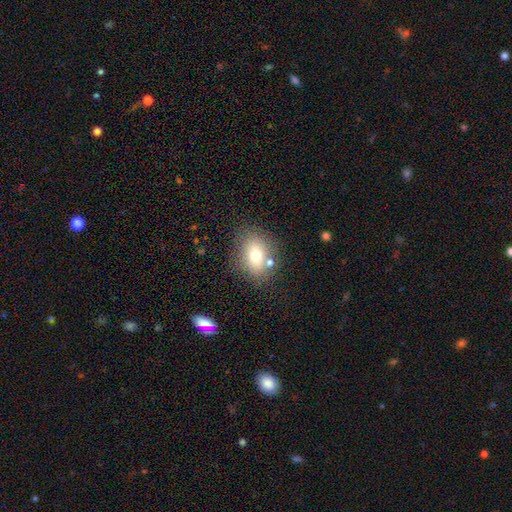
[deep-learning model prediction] Smooth or featured: smooth — 71% (featured or disk — 17%)
How rounded: in between — 61% (round — 37%)
Merging: none — 71% (minor disturbance — 14%)